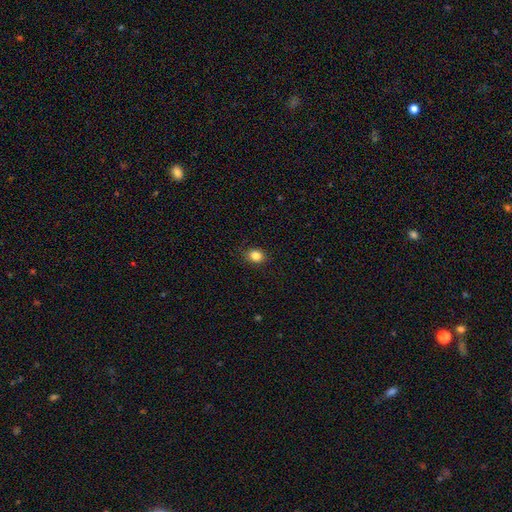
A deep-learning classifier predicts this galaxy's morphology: This is clearly a smooth galaxy (84%). How rounded: possibly round (54%). Merging: clearly none (88%).